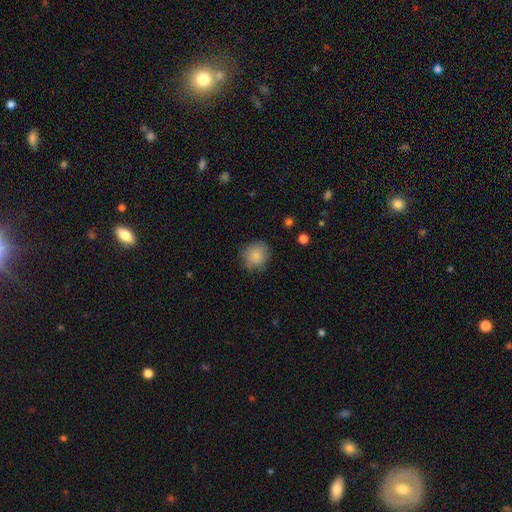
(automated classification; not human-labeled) Smooth or featured?
  - smooth: 85% *
  - star or artifact: 8%
  - featured or disk: 7%
How rounded?
  - round: 86% *
  - in between: 13%
  - cigar-shaped: 1%
Merging?
  - none: 78% *
  - minor disturbance: 16%
  - major disturbance: 4%
  - merger: 1%